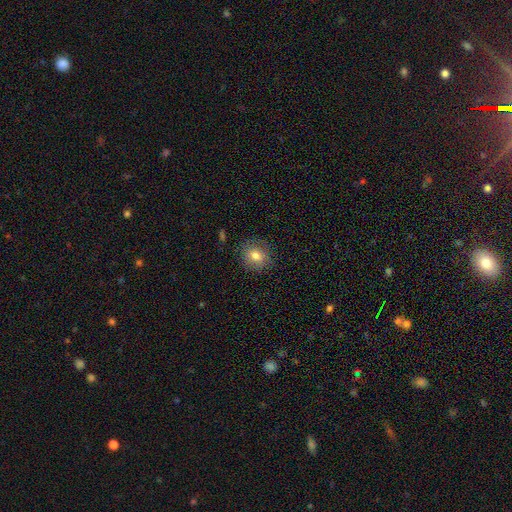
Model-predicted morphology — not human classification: This is likely a smooth galaxy (76%). How rounded: clearly round (81%). Merging: clearly none (83%).